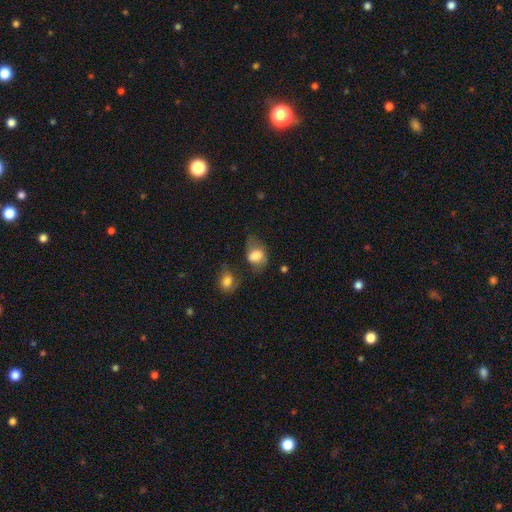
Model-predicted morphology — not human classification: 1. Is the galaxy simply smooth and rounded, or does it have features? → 67% smooth, 25% featured or disk, 8% star or artifact.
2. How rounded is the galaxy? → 74% in between, 24% round, 2% cigar-shaped.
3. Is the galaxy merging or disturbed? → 44% none, 27% minor disturbance, 18% major disturbance, 11% merger.